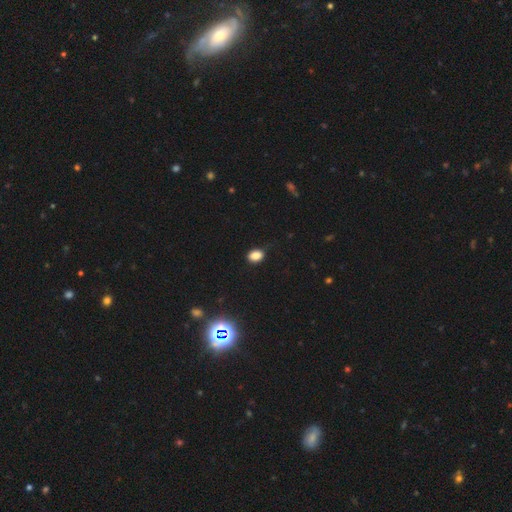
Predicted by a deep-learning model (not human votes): Overall: smooth (84%). How rounded: in between (73%). Merging: none (77%).